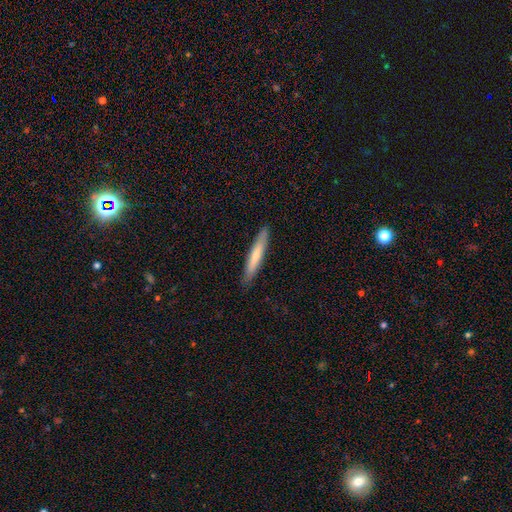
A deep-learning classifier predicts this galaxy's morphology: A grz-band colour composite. It shows a smooth galaxy with no disk features (69%) that is cigar-shaped (94%). Merging: none (90%).